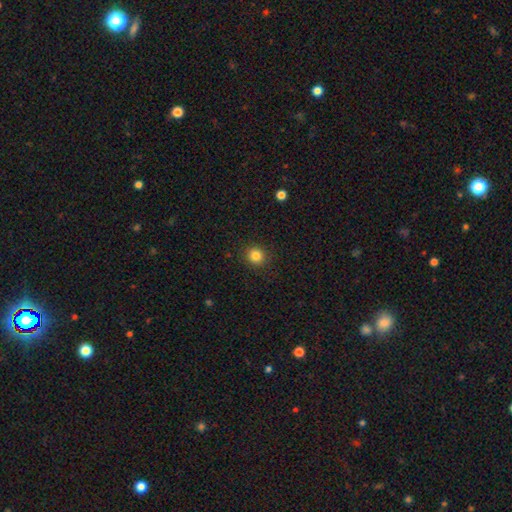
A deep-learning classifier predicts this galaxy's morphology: The model was most divided on "smooth or featured": smooth: 83%, star or artifact: 12%, featured or disk: 5%. More confident: merging — none (90%); how rounded — round (90%).